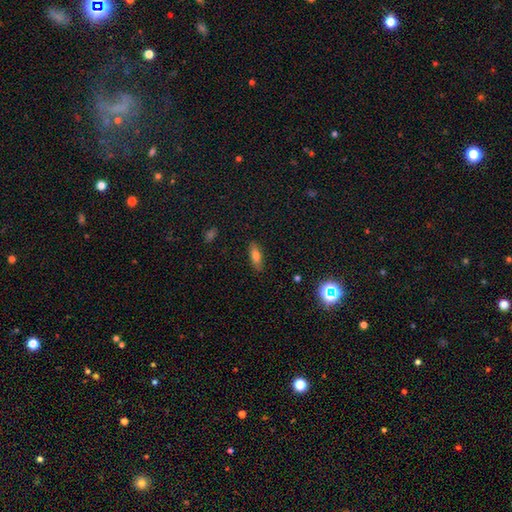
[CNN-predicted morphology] smooth-or-featured: smooth: 75% | featured or disk: 15% | star or artifact: 10%
  how-rounded: in between: 62% | cigar-shaped: 35% | round: 3%
  merging: none: 86% | minor disturbance: 10% | major disturbance: 2% | merger: 1%